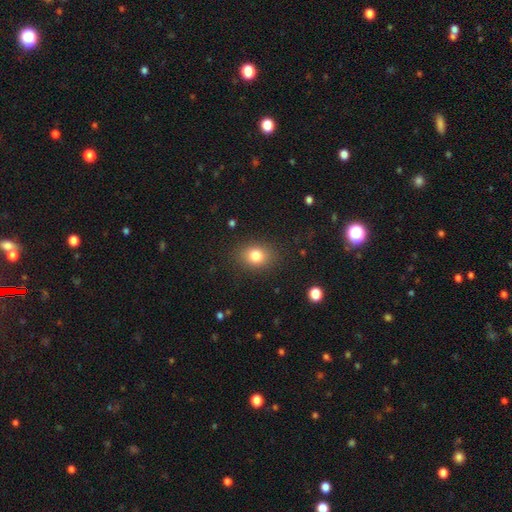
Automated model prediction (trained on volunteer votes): This appears to be a smooth galaxy with no disk features (81%) that is in between round and cigar-shaped (56%). Merging: none (86%).